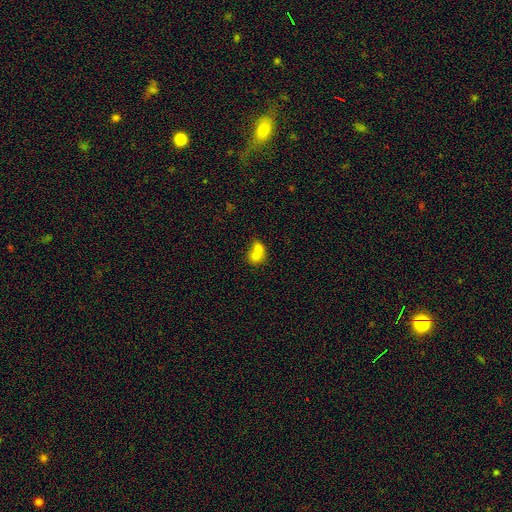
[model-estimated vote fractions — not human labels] smooth_or_featured: smooth (p=0.70) [alt: featured or disk p=0.21]
how_rounded: round (p=0.66) [alt: in between p=0.33]
merging: merger (p=0.71) [alt: none p=0.21]